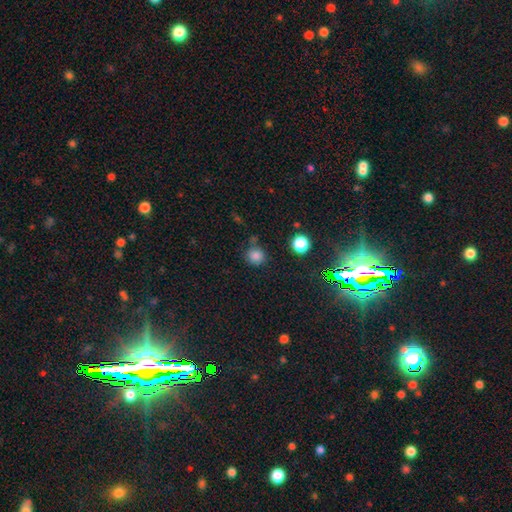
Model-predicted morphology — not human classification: smooth_or_featured: smooth (p=0.82) [alt: star or artifact p=0.14]
how_rounded: round (p=0.91) [alt: in between p=0.08]
merging: none (p=0.75) [alt: minor disturbance p=0.13]